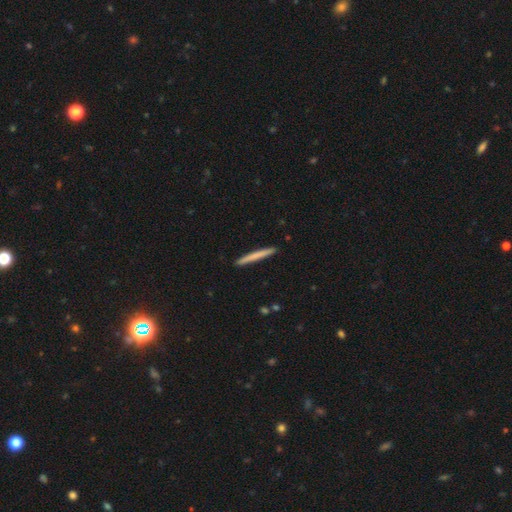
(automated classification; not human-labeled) Smooth or featured: smooth — 69% (featured or disk — 26%)
How rounded: cigar-shaped — 97% (in between — 2%)
Merging: none — 92% (minor disturbance — 5%)